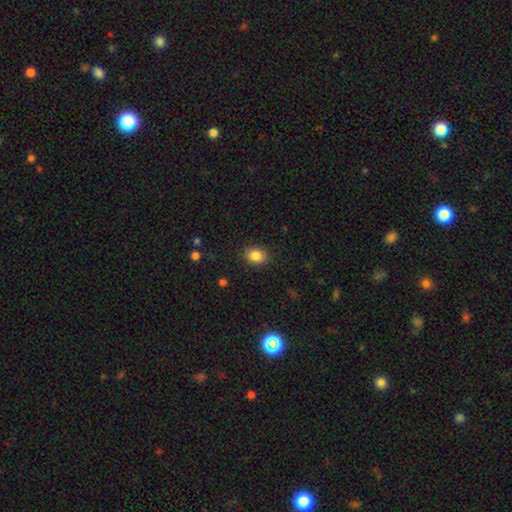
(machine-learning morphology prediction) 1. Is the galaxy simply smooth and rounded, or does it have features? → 85% smooth, 10% star or artifact, 5% featured or disk.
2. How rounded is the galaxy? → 50% in between, 49% round, 1% cigar-shaped.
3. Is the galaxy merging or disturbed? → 88% none, 9% minor disturbance, 2% major disturbance, 1% merger.